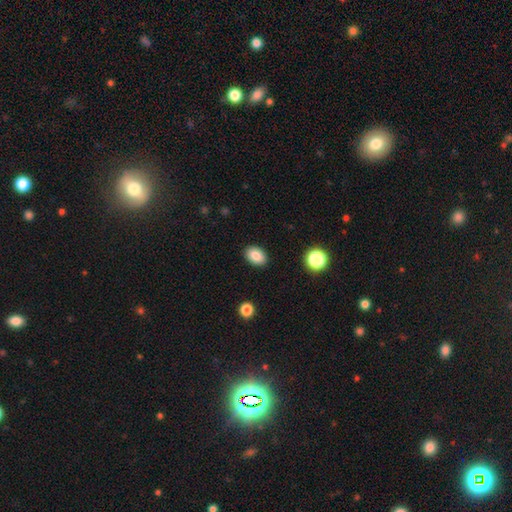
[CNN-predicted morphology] This is clearly a smooth galaxy (86%). How rounded: clearly in between (81%). Merging: clearly none (89%).